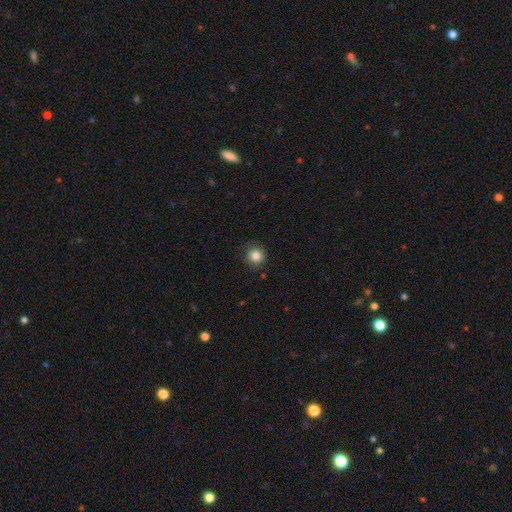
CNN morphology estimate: Smooth or featured? Predicted: smooth (p=0.84). How rounded? Predicted: round (p=0.90). Merging? Predicted: none (p=0.85).